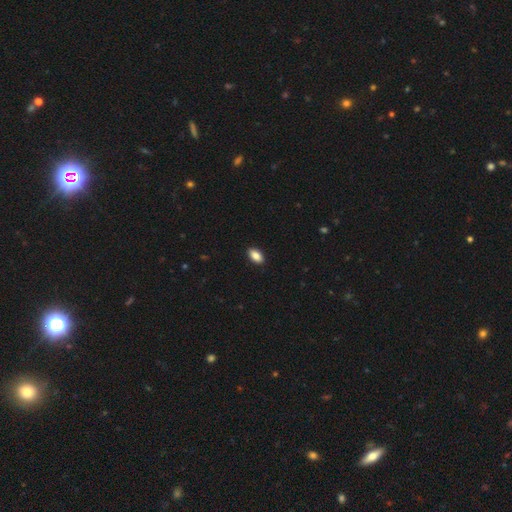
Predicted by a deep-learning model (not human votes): smooth-or-featured: smooth: 87% | star or artifact: 7% | featured or disk: 5%
  how-rounded: in between: 93% | round: 4% | cigar-shaped: 3%
  merging: none: 90% | minor disturbance: 8% | major disturbance: 2% | merger: 1%